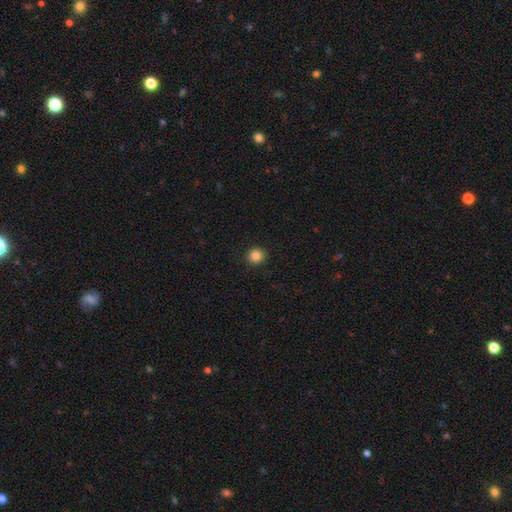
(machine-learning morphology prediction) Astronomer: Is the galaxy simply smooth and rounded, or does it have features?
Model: smooth — 85%.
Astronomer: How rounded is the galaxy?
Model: round — 90%.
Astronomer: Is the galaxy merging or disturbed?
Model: none — 93%.